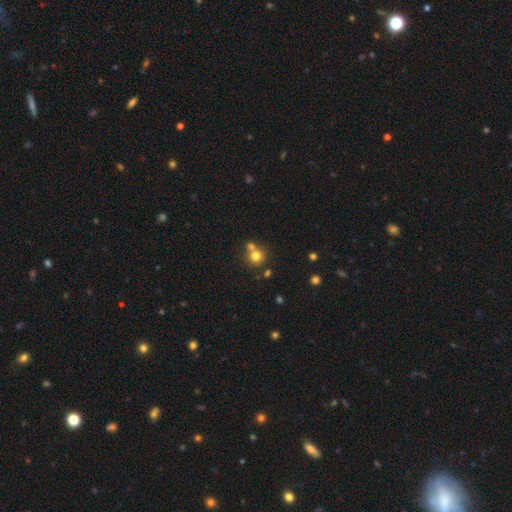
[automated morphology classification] Q: Smooth or featured?
A: smooth (76%); runner-up: star or artifact (14%)
Q: How rounded?
A: round (89%); runner-up: in between (10%)
Q: Merging?
A: none (54%); runner-up: merger (35%)